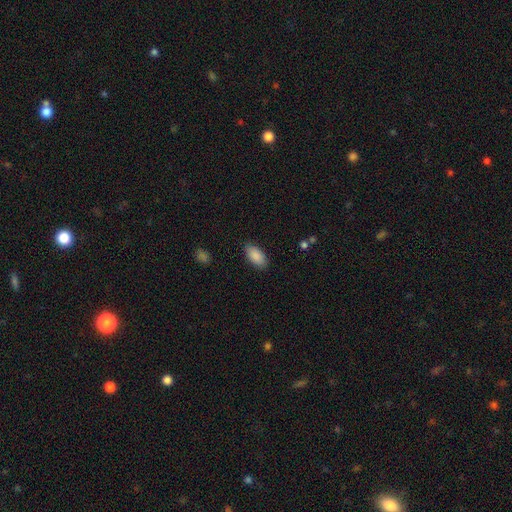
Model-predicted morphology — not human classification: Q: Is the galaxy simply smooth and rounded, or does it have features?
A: smooth — 89%.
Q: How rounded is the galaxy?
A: in between — 94%.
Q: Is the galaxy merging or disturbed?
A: none — 86%.